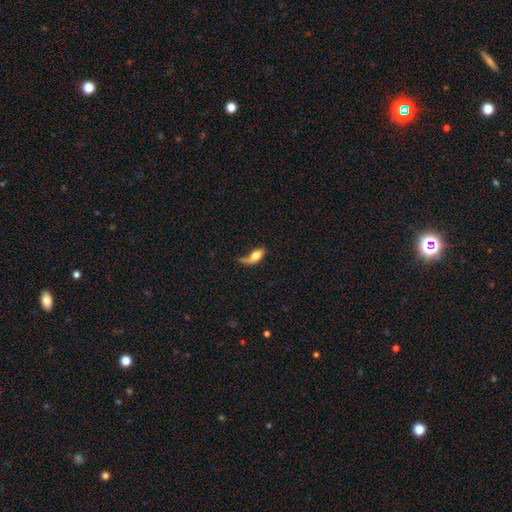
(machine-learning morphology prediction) This is likely a smooth galaxy (63%). How rounded: likely in between (75%). Merging: marginally major disturbance (36%).